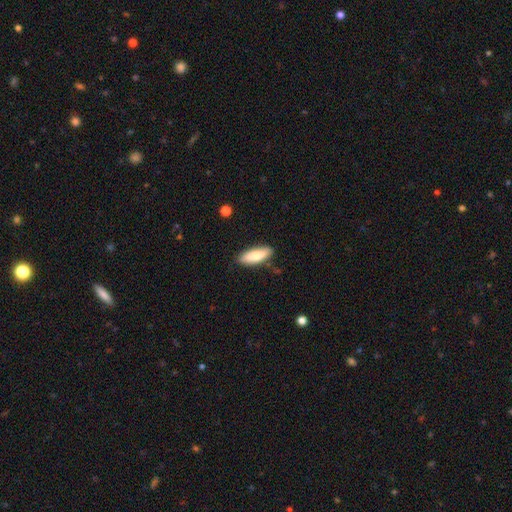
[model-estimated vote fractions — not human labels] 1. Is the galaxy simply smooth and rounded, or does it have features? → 80% smooth, 14% featured or disk, 6% star or artifact.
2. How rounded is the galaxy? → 66% in between, 33% cigar-shaped, 2% round.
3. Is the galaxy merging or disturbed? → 83% none, 13% minor disturbance, 2% major disturbance, 2% merger.